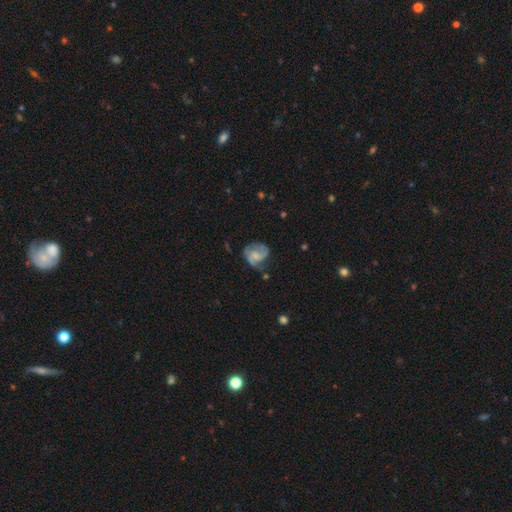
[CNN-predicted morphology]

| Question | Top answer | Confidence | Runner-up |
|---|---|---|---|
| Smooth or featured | featured or disk | 77% | smooth (17%) |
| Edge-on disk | no | 98% | yes (2%) |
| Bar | no | 54% | weak (39%) |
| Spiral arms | yes | 93% | no (7%) |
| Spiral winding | medium | 49% | tight (31%) |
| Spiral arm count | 2 | 56% | 3 (21%) |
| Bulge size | small | 41% | moderate (30%) |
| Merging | none | 56% | minor disturbance (25%) |